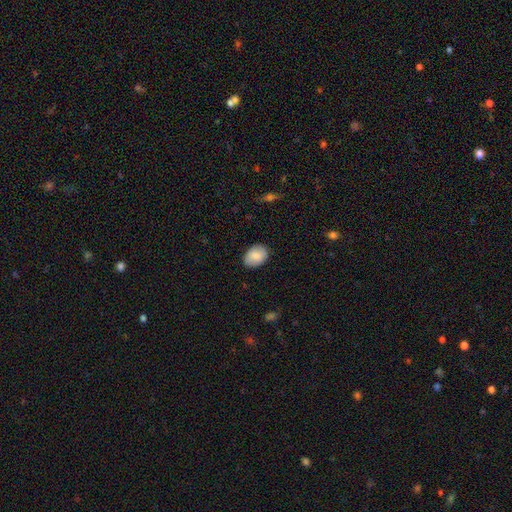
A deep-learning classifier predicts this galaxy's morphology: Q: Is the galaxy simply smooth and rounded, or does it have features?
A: smooth — 84%.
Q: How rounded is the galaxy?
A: in between — 76%.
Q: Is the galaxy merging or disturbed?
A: none — 84%.